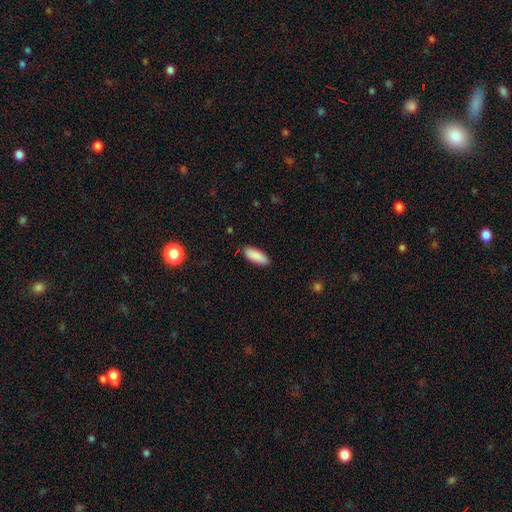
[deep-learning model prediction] Overall: smooth (90%). How rounded: in between (81%). Merging: none (88%).